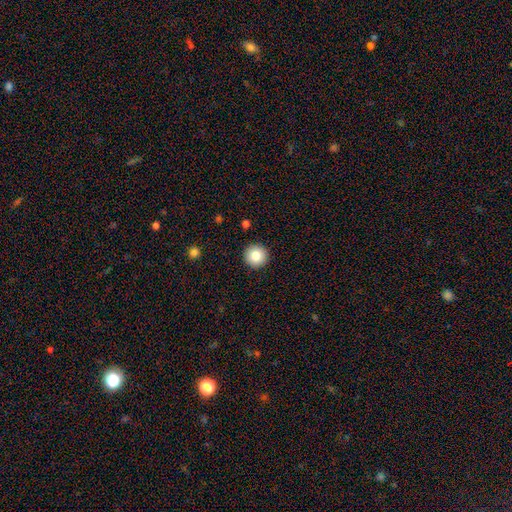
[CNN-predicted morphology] smooth 82%, star or artifact 10%, featured or disk 8%. Down the decision tree: how rounded — round (96%); merging — none (93%).